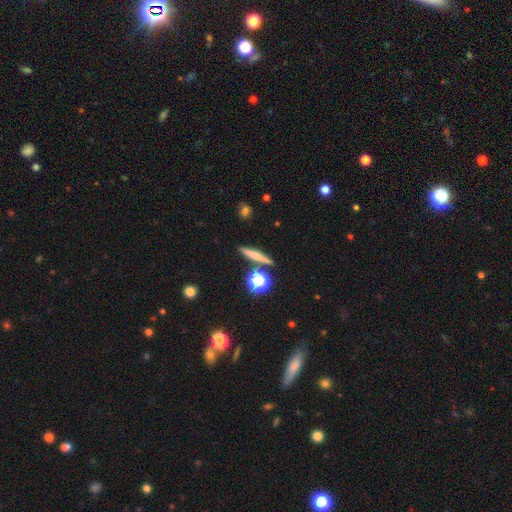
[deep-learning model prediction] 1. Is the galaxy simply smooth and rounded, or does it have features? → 48% smooth, 38% featured or disk, 14% star or artifact.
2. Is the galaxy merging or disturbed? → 84% none, 8% minor disturbance, 6% merger, 2% major disturbance.